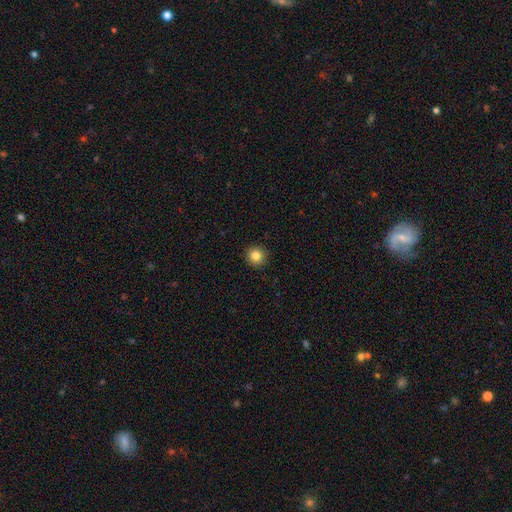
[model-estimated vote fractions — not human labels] Smooth or featured? Predicted: smooth (p=0.83). How rounded? Predicted: round (p=0.94). Merging? Predicted: none (p=0.93).